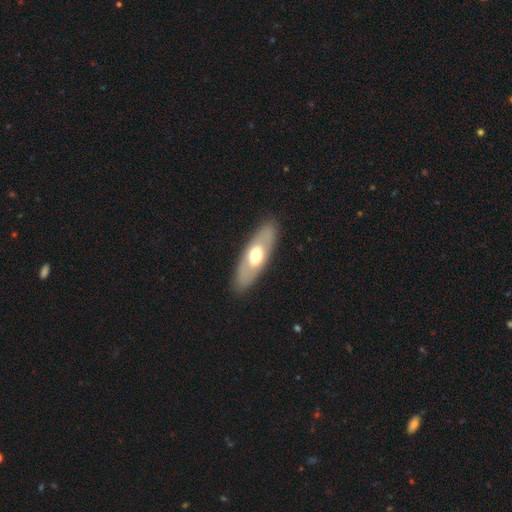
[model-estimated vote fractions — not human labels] Q: Smooth or featured?
A: smooth (52%); runner-up: featured or disk (42%)
Q: How rounded?
A: in between (70%); runner-up: cigar-shaped (27%)
Q: Merging?
A: none (87%); runner-up: minor disturbance (9%)